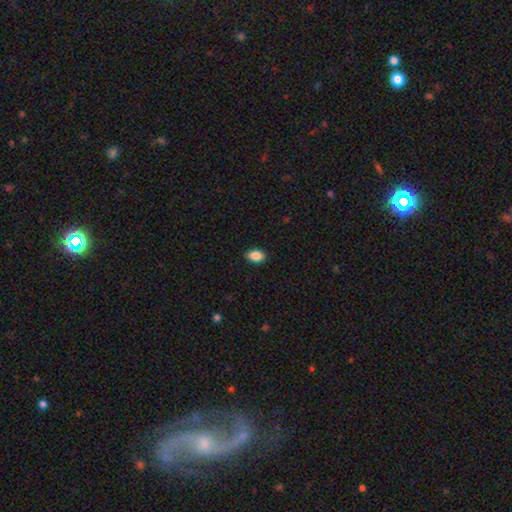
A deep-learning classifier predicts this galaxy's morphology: The model was most divided on "how rounded": in between: 89%, round: 9%, cigar-shaped: 2%. More confident: merging — none (89%); smooth or featured — smooth (89%).